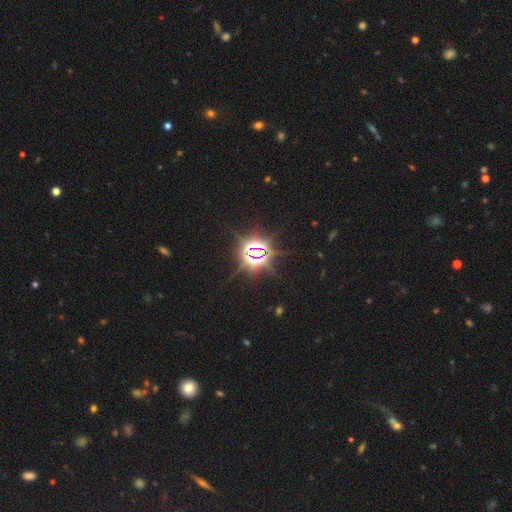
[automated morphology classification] type=star or artifact (84%).